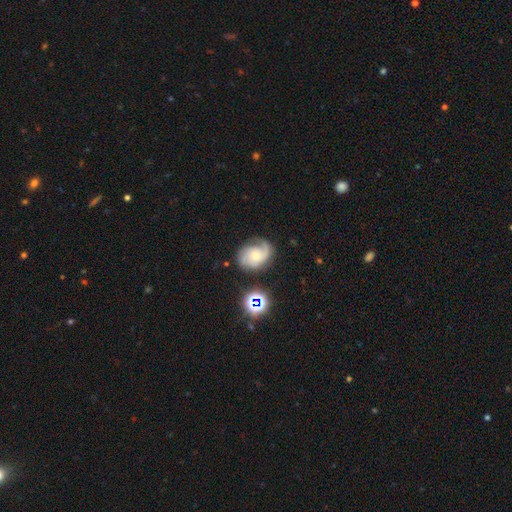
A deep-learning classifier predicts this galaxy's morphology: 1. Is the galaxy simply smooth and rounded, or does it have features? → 74% featured or disk, 17% smooth, 9% star or artifact.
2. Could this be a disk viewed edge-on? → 97% no, 3% yes.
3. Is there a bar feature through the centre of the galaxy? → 73% no, 23% weak, 4% strong.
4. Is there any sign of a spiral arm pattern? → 94% yes, 6% no.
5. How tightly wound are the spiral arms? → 42% medium, 38% tight, 20% loose.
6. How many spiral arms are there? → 45% 2, 24% 1, 15% can't tell, 11% 3, 2% 4, 2% more than 4.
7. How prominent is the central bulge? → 53% small, 40% moderate, 3% large, 2% none, 1% dominant.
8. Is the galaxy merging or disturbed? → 63% none, 22% minor disturbance, 12% major disturbance, 3% merger.